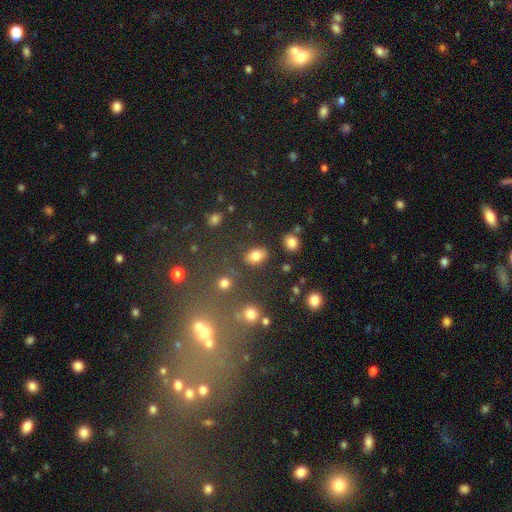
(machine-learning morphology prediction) type=smooth (81%); roundness=in between (84%); merging=none (81%).